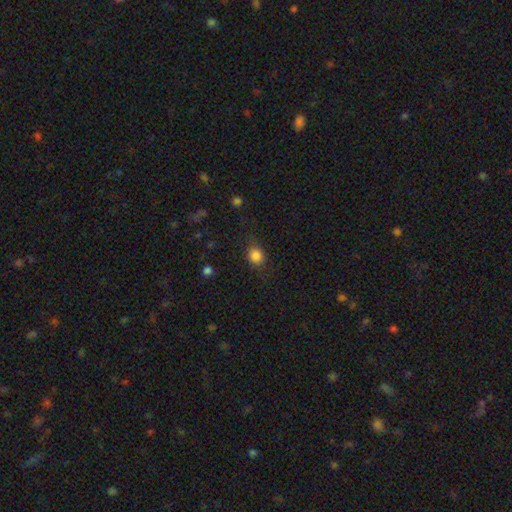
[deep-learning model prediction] Smooth or featured? smooth (84%)
How rounded? round (74%)
Merging? none (75%)